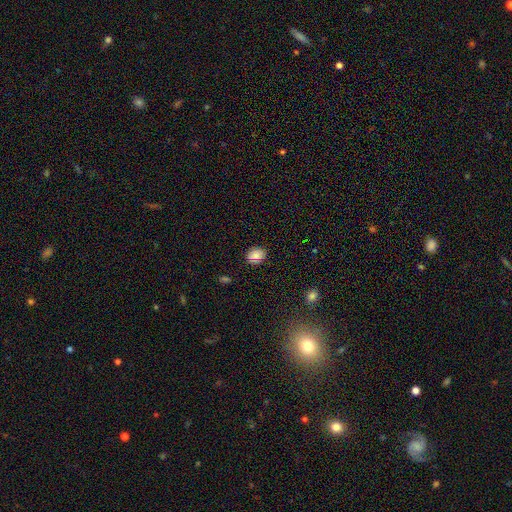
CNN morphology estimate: smooth_or_featured: smooth (p=0.79) [alt: star or artifact p=0.14]
how_rounded: round (p=0.51) [alt: in between p=0.48]
merging: none (p=0.84) [alt: minor disturbance p=0.12]